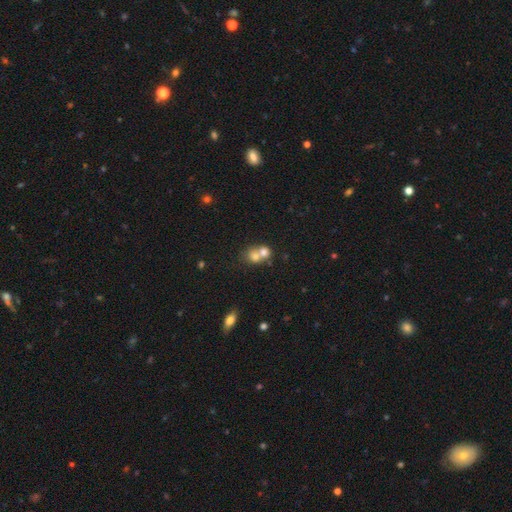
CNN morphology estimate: A smooth galaxy with no disk features (71%) that is round (71%). Merging: merger (64%).